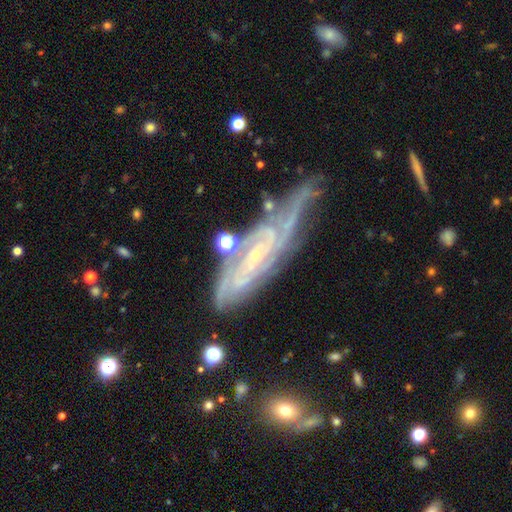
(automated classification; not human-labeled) featured or disk 82%, smooth 10%, star or artifact 8%. Down the decision tree: edge-on disk — no (76%); bar — no (45%); spiral arms — yes (89%); spiral arm count — can't tell (45%); spiral winding — tight (58%); bulge size — small (77%); merging — none (51%).